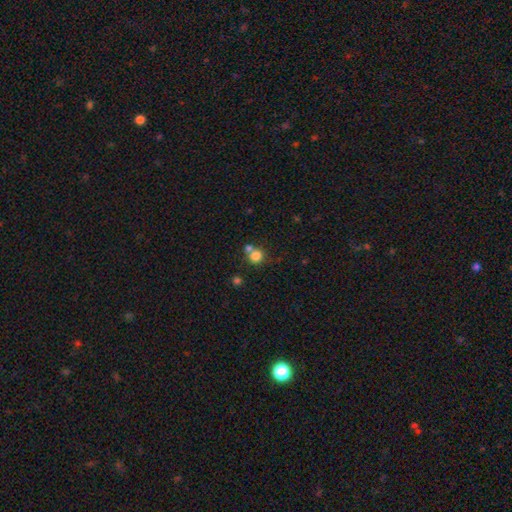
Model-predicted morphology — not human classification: This is clearly a smooth galaxy (81%). How rounded: clearly round (88%). Merging: possibly none (57%).